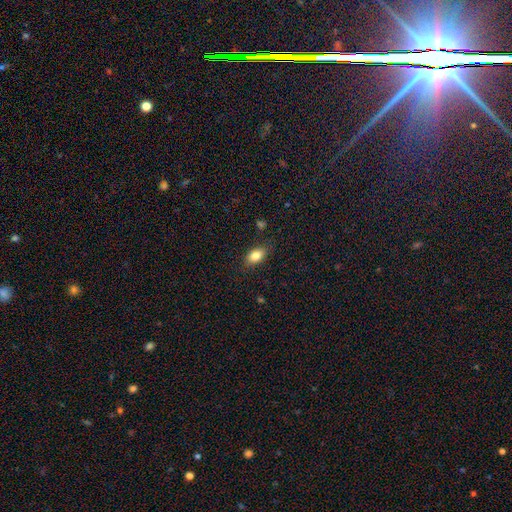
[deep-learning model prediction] The model was most divided on "merging": none: 84%, minor disturbance: 12%, major disturbance: 3%, merger: 1%. More confident: how rounded — in between (88%); smooth or featured — smooth (83%).